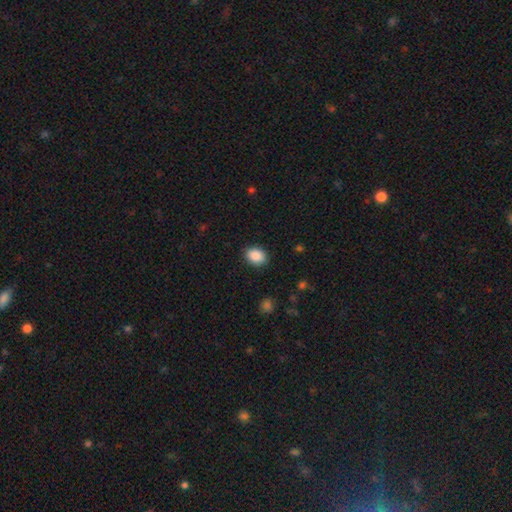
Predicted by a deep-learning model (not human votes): Morphology: type=smooth (90%); roundness=in between (73%); merging=none (88%).